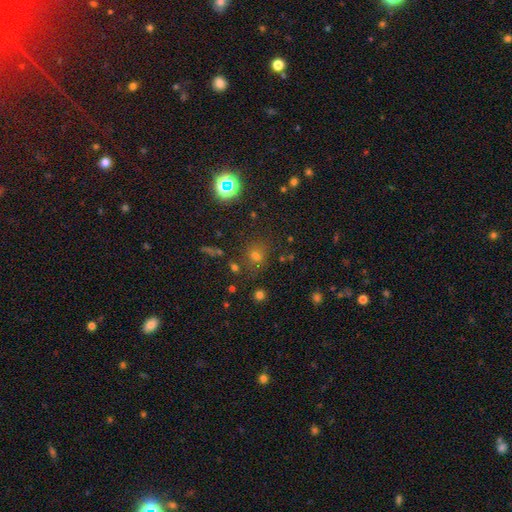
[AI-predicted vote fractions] A smooth galaxy with no disk features (51%) that is round (85%). Merging: none (83%).